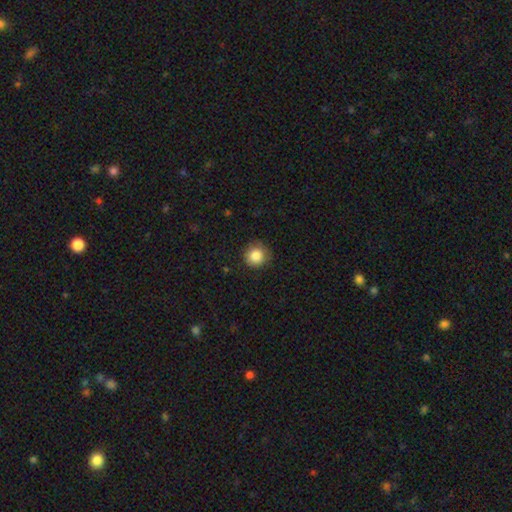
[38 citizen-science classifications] A smooth galaxy with no disk features (97%) that is round (97%). Merging: none (86%).